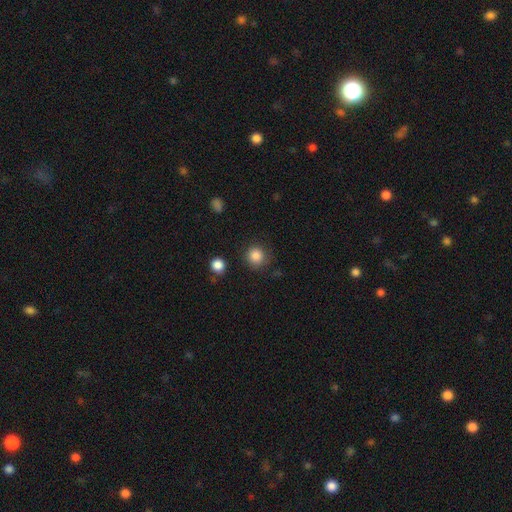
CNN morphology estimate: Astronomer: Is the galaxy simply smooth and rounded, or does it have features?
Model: smooth — 85%.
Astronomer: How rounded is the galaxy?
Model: round — 92%.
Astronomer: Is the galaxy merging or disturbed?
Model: none — 84%.